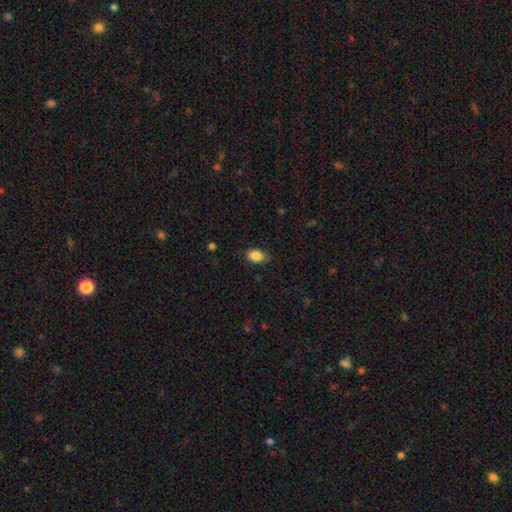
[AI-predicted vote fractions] Morphology: type=smooth (87%); roundness=in between (85%); merging=none (79%).